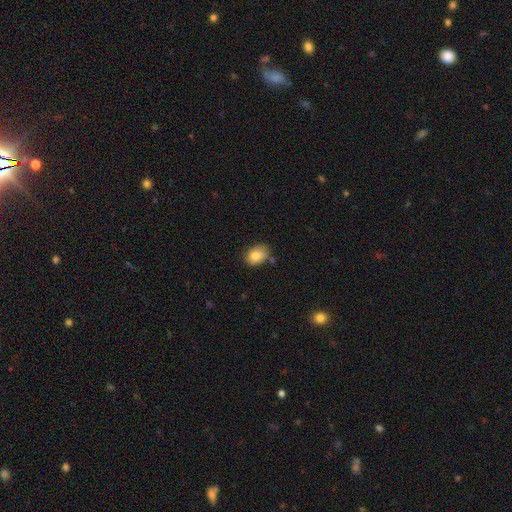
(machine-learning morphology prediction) smooth_or_featured: smooth (p=0.82) [alt: featured or disk p=0.10]
how_rounded: in between (p=0.76) [alt: round p=0.23]
merging: none (p=0.68) [alt: minor disturbance p=0.23]